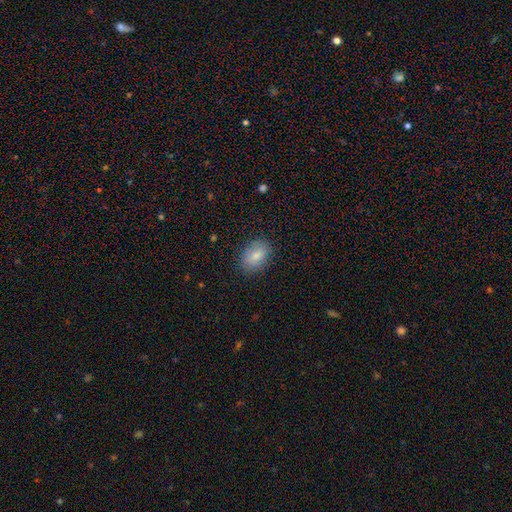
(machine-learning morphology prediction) A smooth galaxy with no disk features (83%) that is in between round and cigar-shaped (82%). Merging: none (83%).